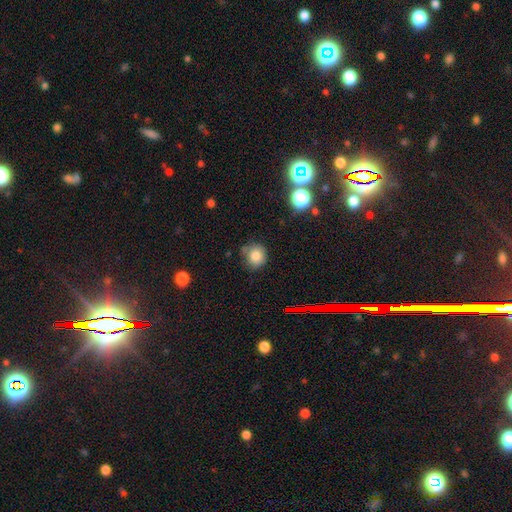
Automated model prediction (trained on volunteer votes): Smooth or featured? smooth (81%)
How rounded? round (85%)
Merging? none (70%)